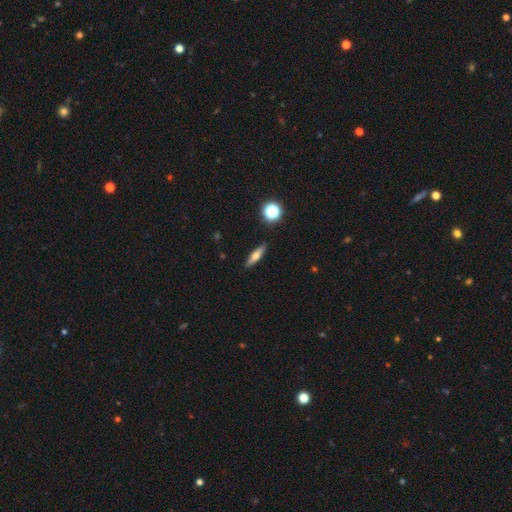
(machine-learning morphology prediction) type=smooth (53%); roundness=cigar-shaped (64%); merging=none (89%).